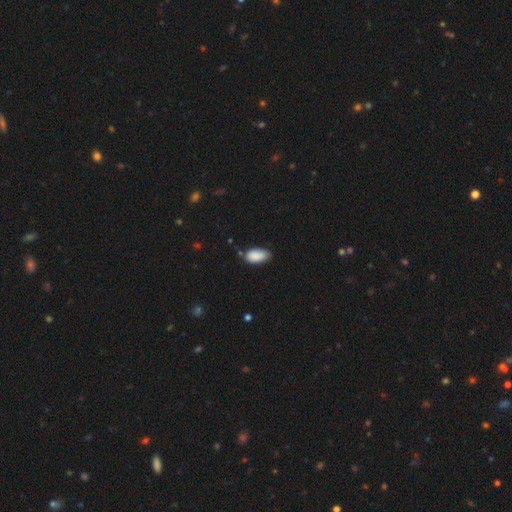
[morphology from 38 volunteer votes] smooth 92%, featured or disk 8%, star or artifact 0%. Down the decision tree: how rounded — in between (89%); merging — none (55%).